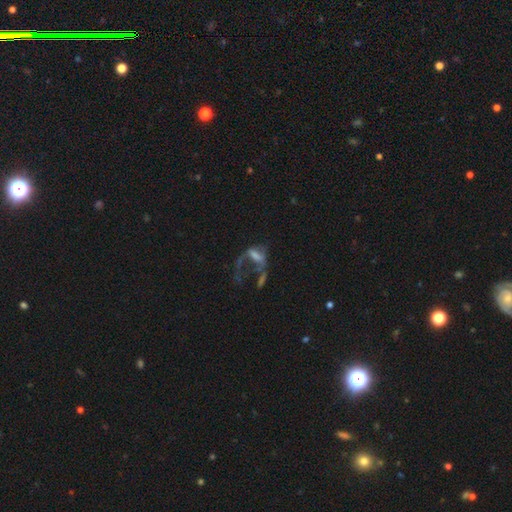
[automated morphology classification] This is possibly a featured or disk galaxy (55%). It is clearly not viewed edge-on (94%). Bar: likely no (61%). Spiral arm pattern: likely no (64%). Central bulge: marginally none (43%). Merging: possibly major disturbance (53%).